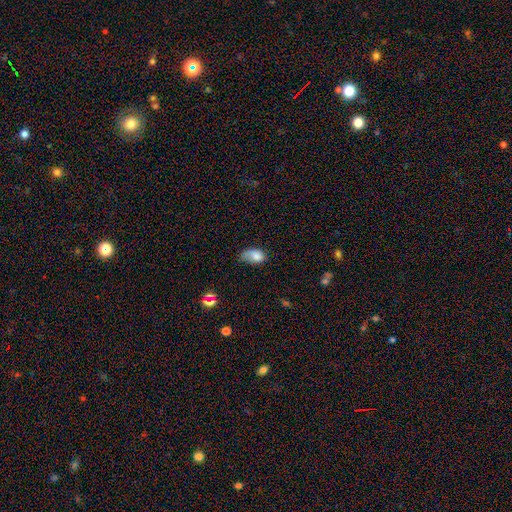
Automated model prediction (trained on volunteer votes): A smooth galaxy with no disk features (77%) that is in between round and cigar-shaped (89%). Merging: minor disturbance (40%).